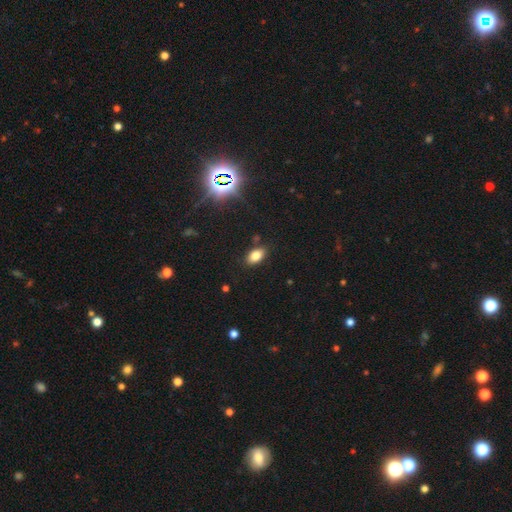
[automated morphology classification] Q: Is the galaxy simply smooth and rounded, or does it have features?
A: smooth — 80%.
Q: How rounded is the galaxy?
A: in between — 90%.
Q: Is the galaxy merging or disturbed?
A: none — 84%.